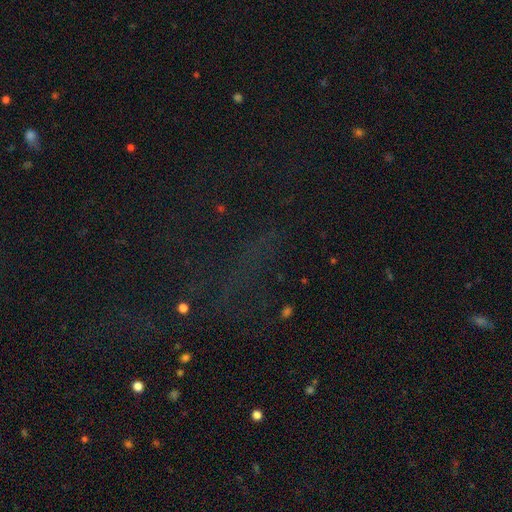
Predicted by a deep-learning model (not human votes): The model was most divided on "smooth or featured": star or artifact: 70%, smooth: 18%, featured or disk: 12%.